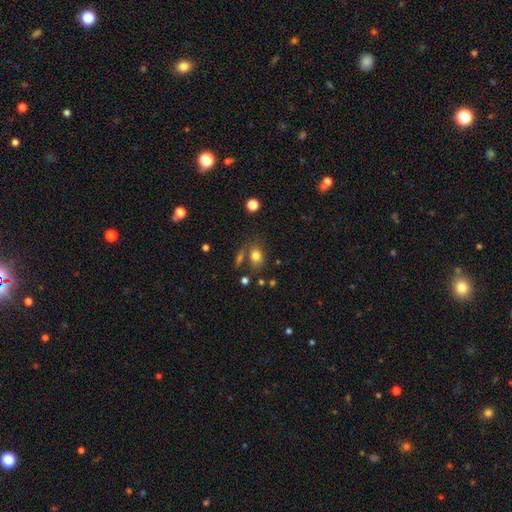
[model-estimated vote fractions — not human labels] smooth 78%, star or artifact 12%, featured or disk 10%. Down the decision tree: how rounded — in between (68%); merging — none (62%).